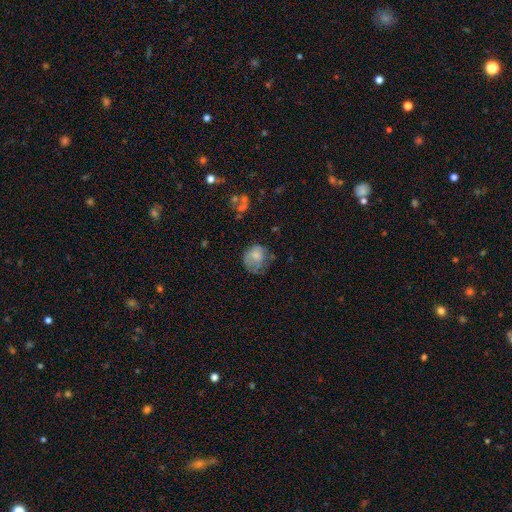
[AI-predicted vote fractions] Smooth or featured? Predicted: smooth (p=0.67). How rounded? Predicted: round (p=0.72). Merging? Predicted: none (p=0.45).